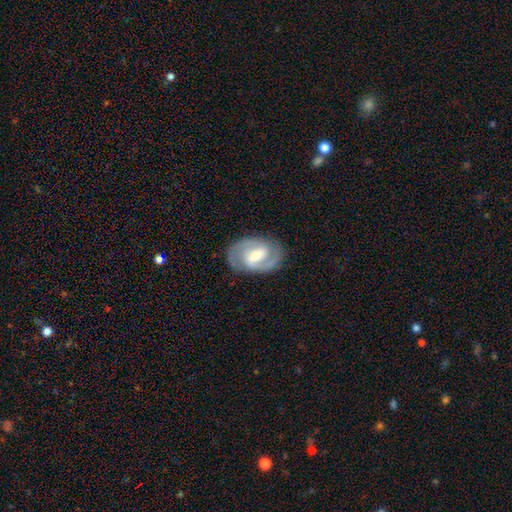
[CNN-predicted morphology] smooth_or_featured: featured or disk (p=0.83) [alt: smooth p=0.12]
disk_edge_on: no (p=0.97) [alt: yes p=0.03]
bar: weak (p=0.46) [alt: strong p=0.42]
has_spiral_arms: yes (p=0.93) [alt: no p=0.07]
spiral_winding: medium (p=0.49) [alt: tight p=0.39]
spiral_arm_count: 2 (p=0.89) [alt: can't tell p=0.05]
bulge_size: moderate (p=0.55) [alt: small p=0.29]
merging: none (p=0.83) [alt: minor disturbance p=0.12]